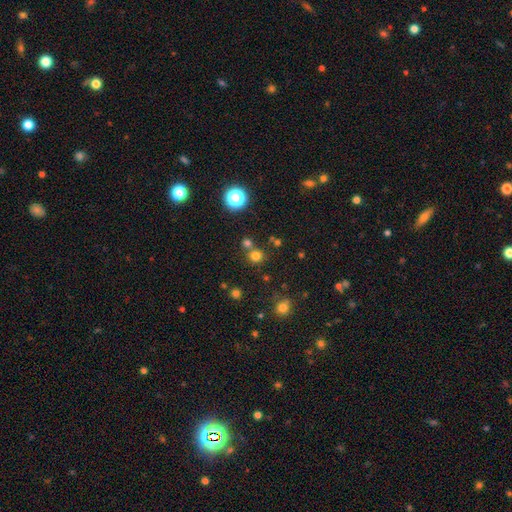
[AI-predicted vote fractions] smooth 72%, star or artifact 22%, featured or disk 6%. Down the decision tree: how rounded — round (90%); merging — none (68%).